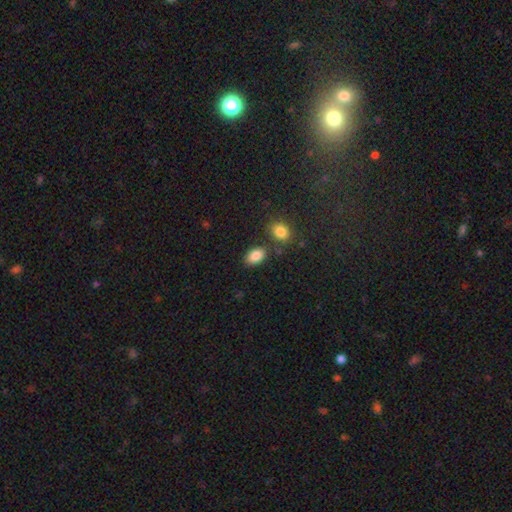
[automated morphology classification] Overall: smooth (86%). How rounded: in between (88%). Merging: none (76%).